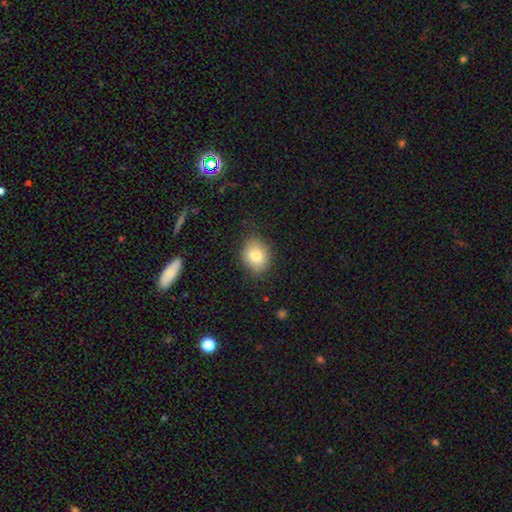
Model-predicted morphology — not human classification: Smooth or featured: smooth — 80% (featured or disk — 11%)
How rounded: round — 53% (in between — 46%)
Merging: none — 82% (minor disturbance — 14%)